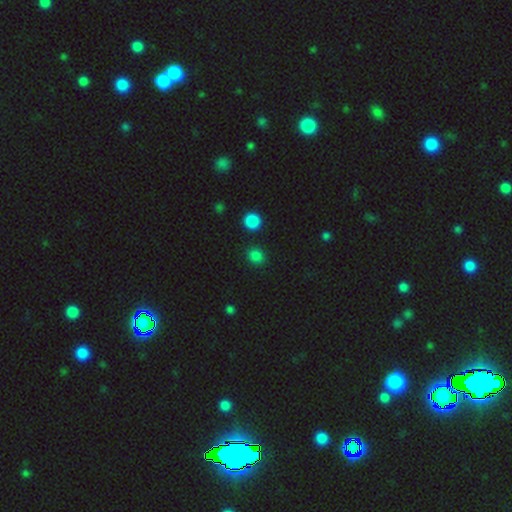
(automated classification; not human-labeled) Morphology: type=smooth (81%); roundness=round (80%); merging=none (88%).